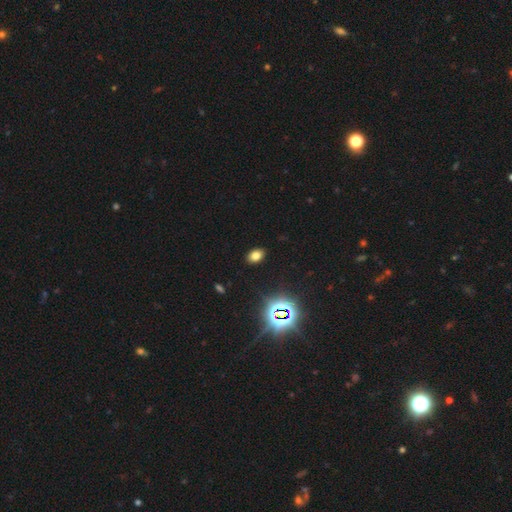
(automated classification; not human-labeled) Q: Smooth or featured?
A: smooth (71%); runner-up: star or artifact (21%)
Q: How rounded?
A: in between (82%); runner-up: round (16%)
Q: Merging?
A: none (89%); runner-up: minor disturbance (8%)